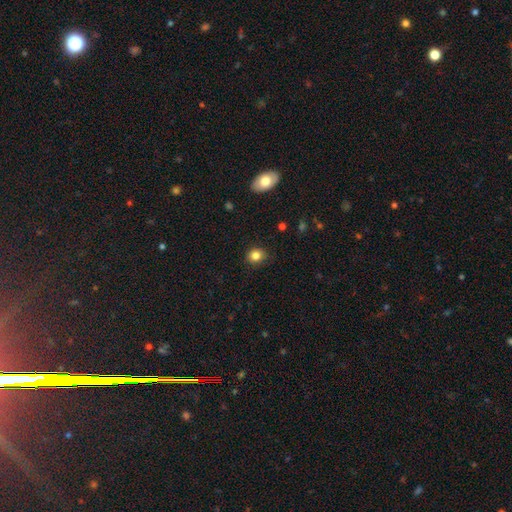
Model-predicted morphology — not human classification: smooth 83%, star or artifact 11%, featured or disk 6%. Down the decision tree: how rounded — round (76%); merging — none (85%).